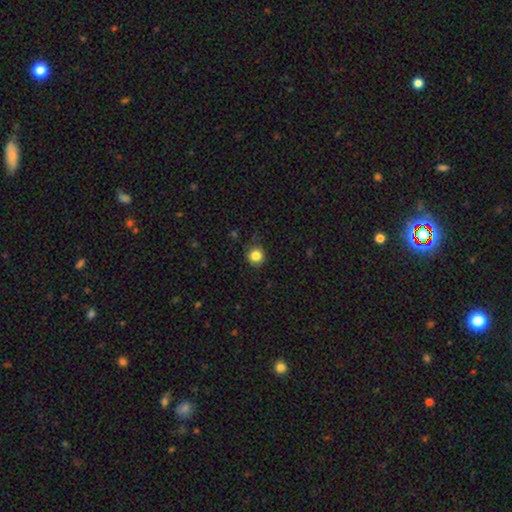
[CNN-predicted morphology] type=smooth (84%); roundness=round (93%); merging=none (86%).